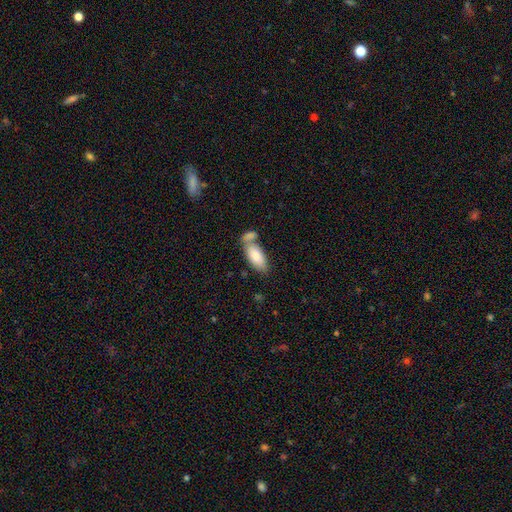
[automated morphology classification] This is clearly a smooth galaxy (81%). How rounded: clearly in between (88%). Merging: marginally none (42%).